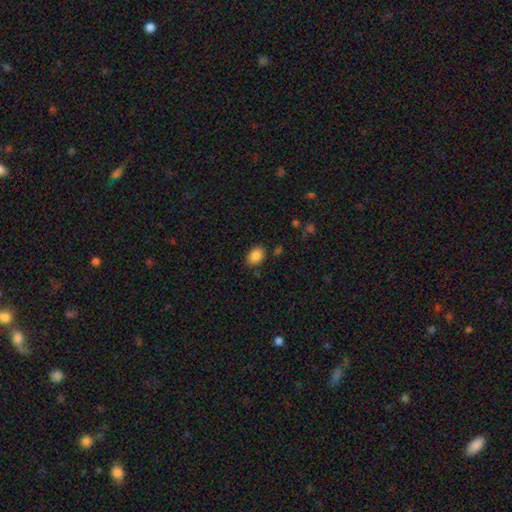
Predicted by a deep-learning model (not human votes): Q: Smooth or featured?
A: smooth (87%); runner-up: star or artifact (9%)
Q: How rounded?
A: in between (76%); runner-up: round (23%)
Q: Merging?
A: none (81%); runner-up: minor disturbance (13%)